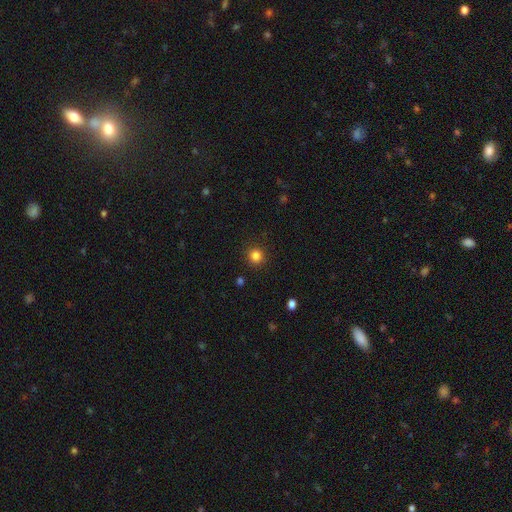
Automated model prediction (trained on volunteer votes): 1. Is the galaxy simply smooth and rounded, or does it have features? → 84% smooth, 12% star or artifact, 4% featured or disk.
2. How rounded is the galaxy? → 91% round, 8% in between, 1% cigar-shaped.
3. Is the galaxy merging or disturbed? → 91% none, 6% minor disturbance, 2% major disturbance, 1% merger.